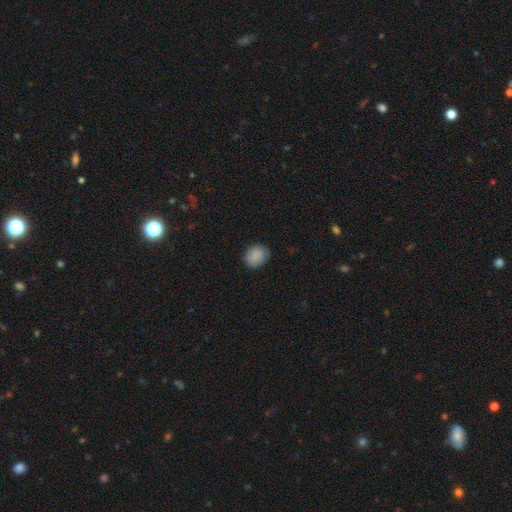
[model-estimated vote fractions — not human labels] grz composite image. It shows a smooth galaxy with no disk features (88%) that is round (56%). Merging: none (82%).